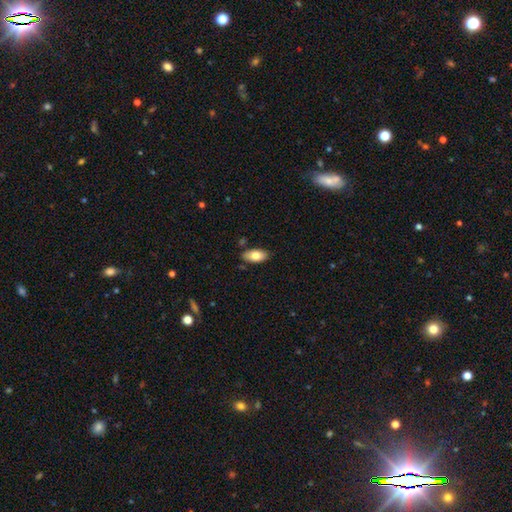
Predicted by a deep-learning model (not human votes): Q: Smooth or featured?
A: smooth (78%); runner-up: featured or disk (15%)
Q: How rounded?
A: in between (93%); runner-up: cigar-shaped (5%)
Q: Merging?
A: none (84%); runner-up: minor disturbance (11%)